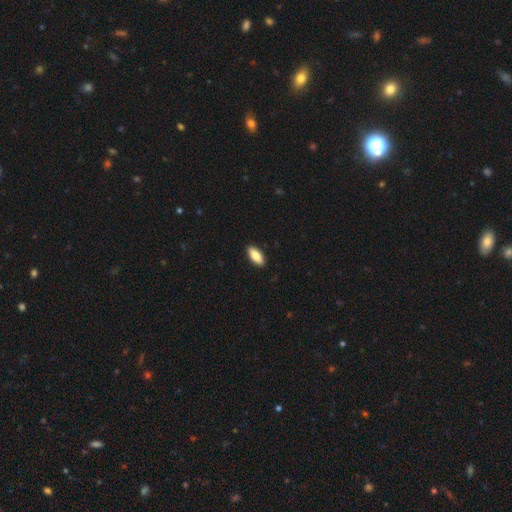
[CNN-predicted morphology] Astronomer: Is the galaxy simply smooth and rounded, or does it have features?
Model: smooth — 82%.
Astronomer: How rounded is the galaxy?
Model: in between — 80%.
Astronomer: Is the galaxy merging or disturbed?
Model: none — 91%.